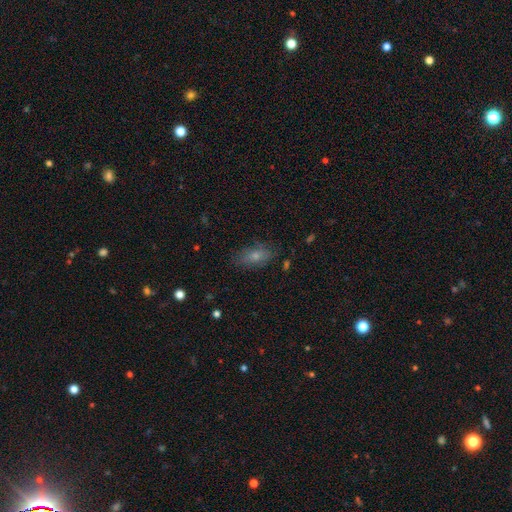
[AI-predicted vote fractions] Smooth or featured?
  - smooth: 72% *
  - featured or disk: 18%
  - star or artifact: 9%
How rounded?
  - in between: 85% *
  - cigar-shaped: 9%
  - round: 6%
Merging?
  - none: 77% *
  - minor disturbance: 17%
  - major disturbance: 4%
  - merger: 2%